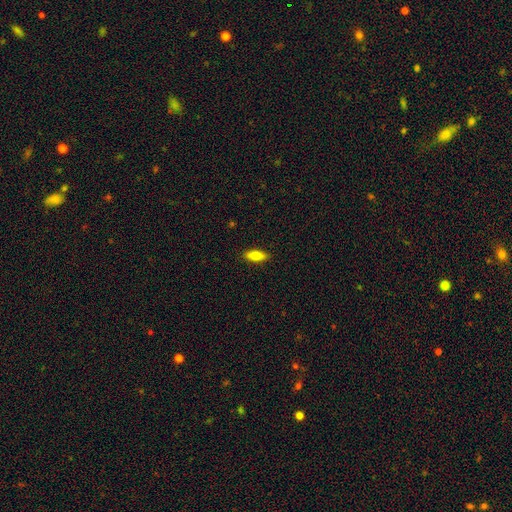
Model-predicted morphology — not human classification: The model was most divided on "how rounded": in between: 68%, cigar-shaped: 29%, round: 3%. More confident: merging — none (89%); smooth or featured — smooth (75%).